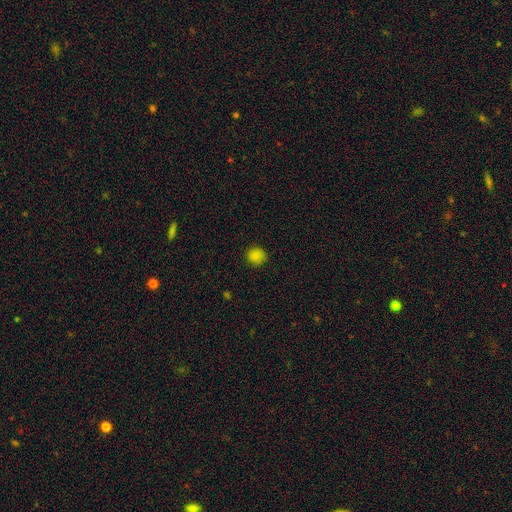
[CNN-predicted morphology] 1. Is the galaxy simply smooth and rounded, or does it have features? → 83% smooth, 13% star or artifact, 4% featured or disk.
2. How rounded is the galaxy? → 90% round, 9% in between, 1% cigar-shaped.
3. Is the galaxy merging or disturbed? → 88% none, 9% minor disturbance, 2% major disturbance, 1% merger.